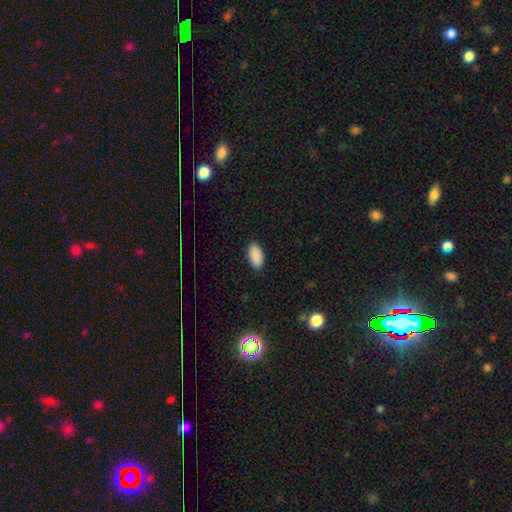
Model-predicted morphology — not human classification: The model was most divided on "merging": none: 89%, minor disturbance: 8%, major disturbance: 2%, merger: 1%. More confident: how rounded — in between (95%); smooth or featured — smooth (90%).